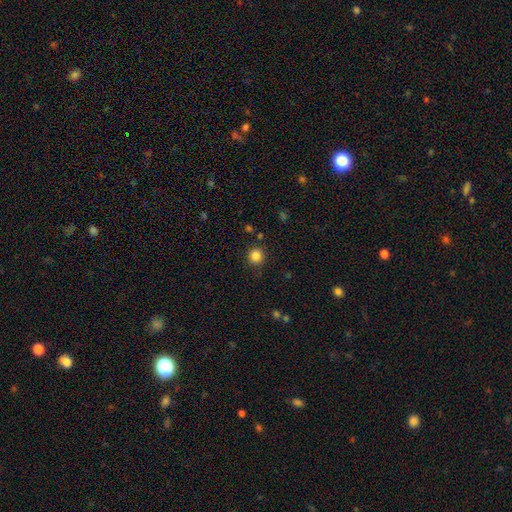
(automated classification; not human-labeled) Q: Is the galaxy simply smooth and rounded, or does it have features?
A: smooth — 84%.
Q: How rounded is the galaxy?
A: round — 92%.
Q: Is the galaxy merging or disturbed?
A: none — 86%.